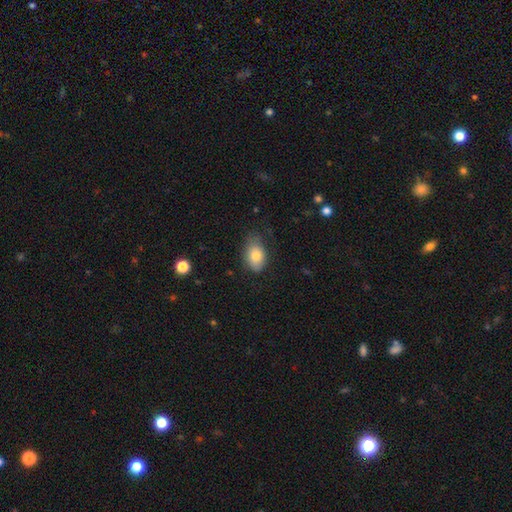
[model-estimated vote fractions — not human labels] smooth 80%, featured or disk 13%, star or artifact 8%. Down the decision tree: how rounded — in between (88%); merging — none (63%).